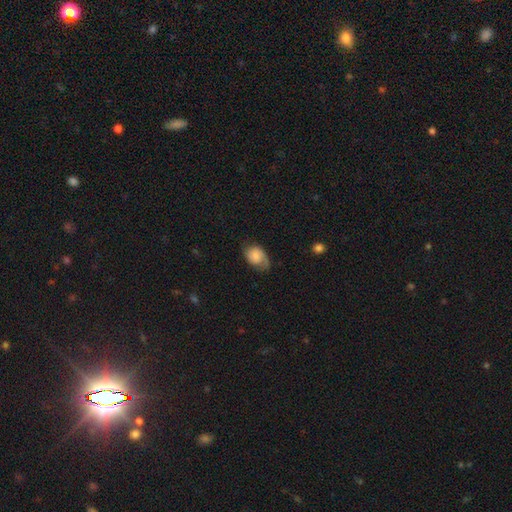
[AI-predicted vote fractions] Smooth or featured?
  - smooth: 56% *
  - featured or disk: 35%
  - star or artifact: 8%
How rounded?
  - in between: 73% *
  - round: 26%
  - cigar-shaped: 1%
Merging?
  - none: 55% *
  - minor disturbance: 29%
  - major disturbance: 14%
  - merger: 2%